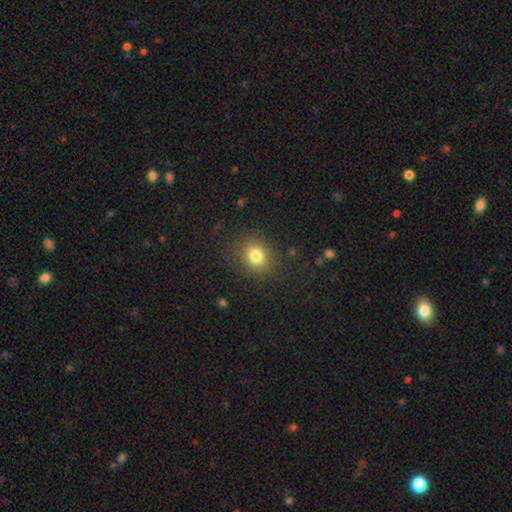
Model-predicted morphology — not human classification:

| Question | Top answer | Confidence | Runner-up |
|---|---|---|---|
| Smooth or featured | smooth | 80% | star or artifact (12%) |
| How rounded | round | 71% | in between (28%) |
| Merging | none | 86% | minor disturbance (9%) |